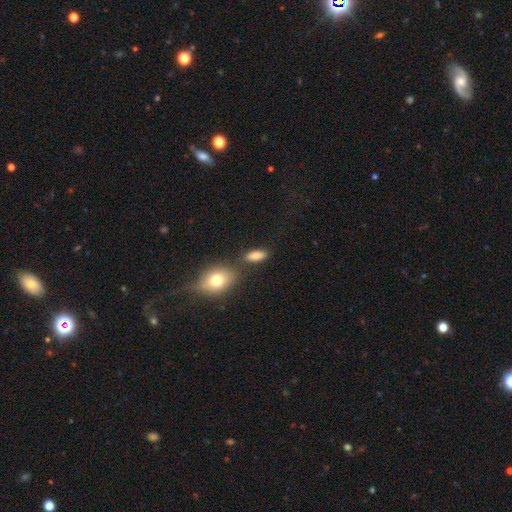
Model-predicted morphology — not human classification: The model was most divided on "merging": none: 68%, minor disturbance: 15%, merger: 12%, major disturbance: 5%. More confident: smooth or featured — smooth (82%); how rounded — in between (82%).